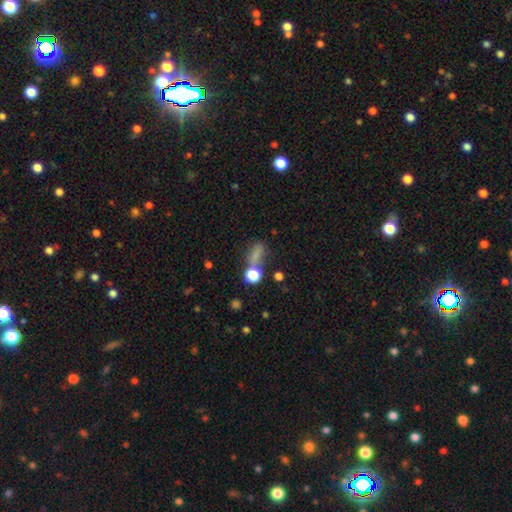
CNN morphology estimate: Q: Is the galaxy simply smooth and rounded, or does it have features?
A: smooth — 65%.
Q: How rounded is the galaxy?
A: in between — 53%.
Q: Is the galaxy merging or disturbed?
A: none — 49%.